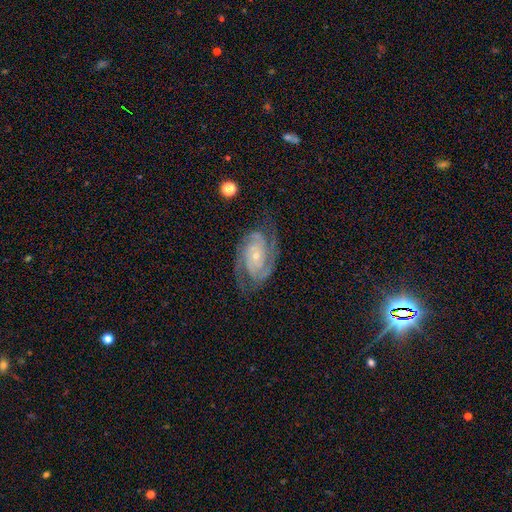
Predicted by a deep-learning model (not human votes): A featured or disk galaxy (91%) with no bar (68%), 2 (67%) tight (61%) spiral arms (98%) and a small central bulge (76%).

Vote fractions:
- Smooth or featured? featured or disk: 91% / star or artifact: 5% / smooth: 4%
- Edge-on disk? no: 97% / yes: 3%
- Bar? no: 68% / weak: 23% / strong: 9%
- Spiral arms? yes: 98% / no: 2%
- Spiral winding? tight: 61% / medium: 34% / loose: 5%
- Spiral arm count? 2: 67% / 3: 16% / can't tell: 7% / 4: 4% / 1: 3% / more than 4: 3%
- Bulge size? small: 76% / moderate: 20% / none: 2% / large: 1% / dominant: 1%
- Merging? none: 76% / minor disturbance: 16% / major disturbance: 7% / merger: 1%